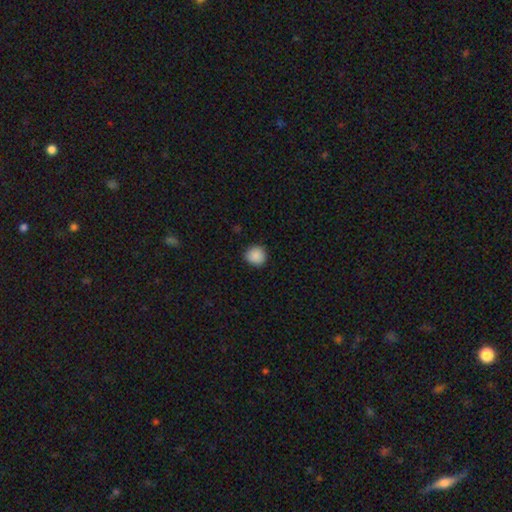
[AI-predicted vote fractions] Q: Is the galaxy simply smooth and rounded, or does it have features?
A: smooth — 88%.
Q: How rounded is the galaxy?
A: round — 90%.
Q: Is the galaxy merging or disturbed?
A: none — 88%.